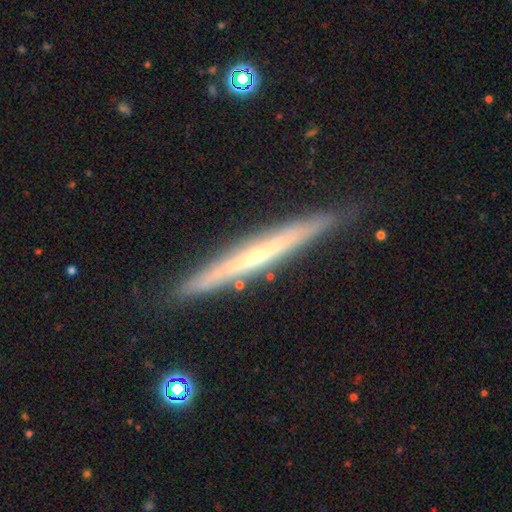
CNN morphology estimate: Smooth or featured?
  - featured or disk: 71% *
  - smooth: 23%
  - star or artifact: 7%
Edge-on disk?
  - yes: 95% *
  - no: 5%
Edge-on bulge?
  - none: 54% *
  - rounded: 41%
  - boxy: 5%
Merging?
  - none: 86% *
  - minor disturbance: 11%
  - major disturbance: 2%
  - merger: 2%